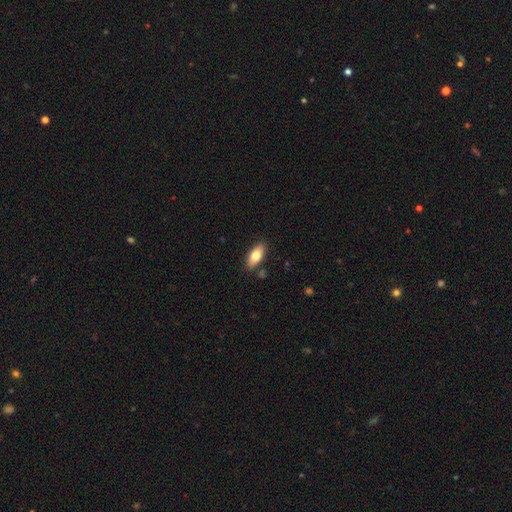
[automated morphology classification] Overall: smooth (76%). How rounded: in between (86%). Merging: none (85%).